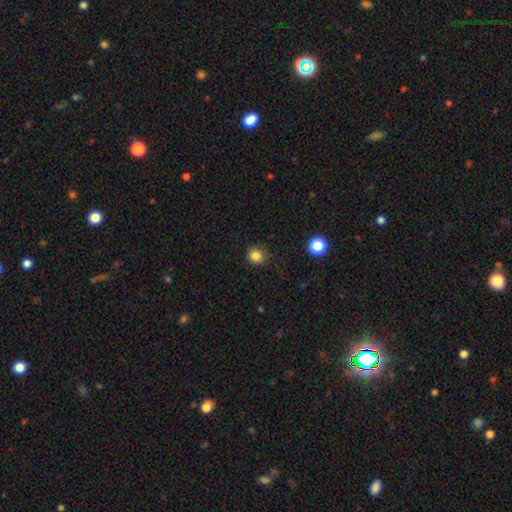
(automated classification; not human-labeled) Smooth or featured? Predicted: smooth (p=0.84). How rounded? Predicted: round (p=0.89). Merging? Predicted: none (p=0.87).